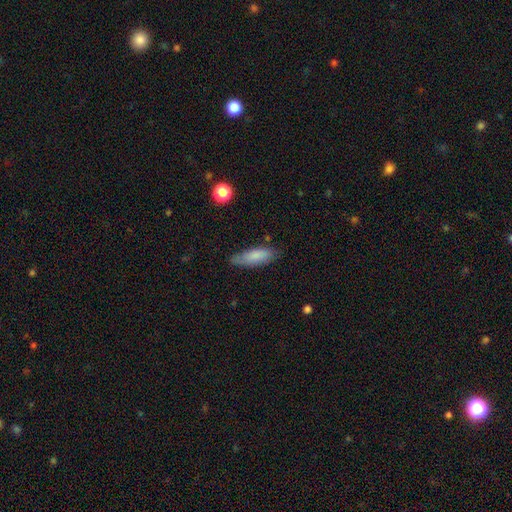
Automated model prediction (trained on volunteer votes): Q: Smooth or featured?
A: smooth (80%); runner-up: featured or disk (14%)
Q: How rounded?
A: in between (56%); runner-up: cigar-shaped (42%)
Q: Merging?
A: none (74%); runner-up: minor disturbance (21%)